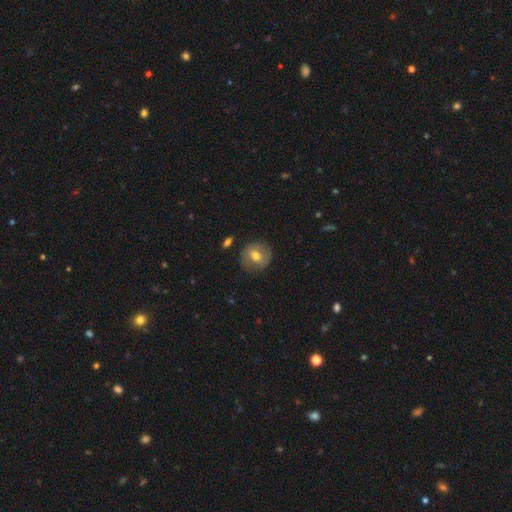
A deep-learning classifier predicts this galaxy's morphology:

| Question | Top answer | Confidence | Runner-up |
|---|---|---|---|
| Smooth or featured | smooth | 51% | featured or disk (42%) |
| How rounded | round | 83% | in between (16%) |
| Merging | none | 78% | minor disturbance (15%) |